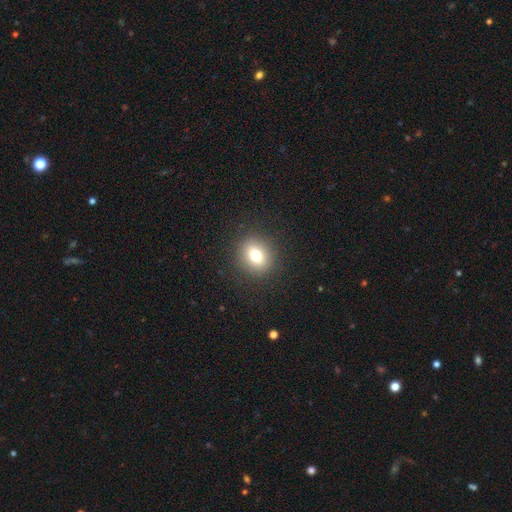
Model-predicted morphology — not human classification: smooth_or_featured: smooth (p=0.76) [alt: star or artifact p=0.12]
how_rounded: round (p=0.69) [alt: in between p=0.30]
merging: none (p=0.89) [alt: minor disturbance p=0.07]